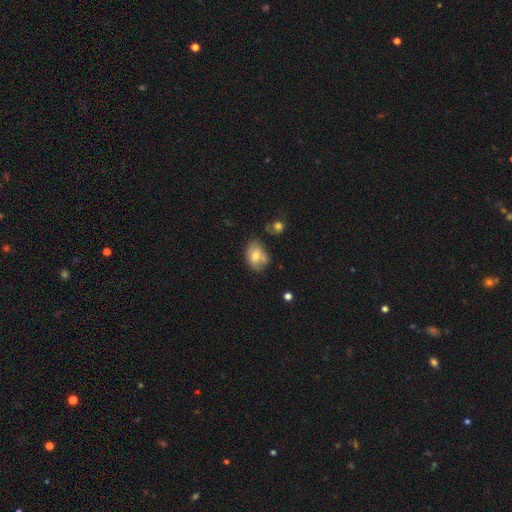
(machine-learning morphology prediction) smooth-or-featured: smooth: 68% | featured or disk: 23% | star or artifact: 9%
  how-rounded: in between: 72% | round: 27% | cigar-shaped: 1%
  merging: none: 51% | minor disturbance: 29% | merger: 12% | major disturbance: 9%